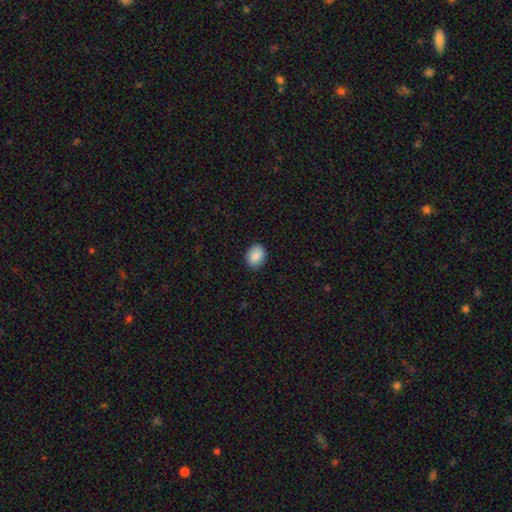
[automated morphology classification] Q: Smooth or featured?
A: smooth (89%); runner-up: star or artifact (7%)
Q: How rounded?
A: in between (60%); runner-up: round (39%)
Q: Merging?
A: none (88%); runner-up: minor disturbance (9%)